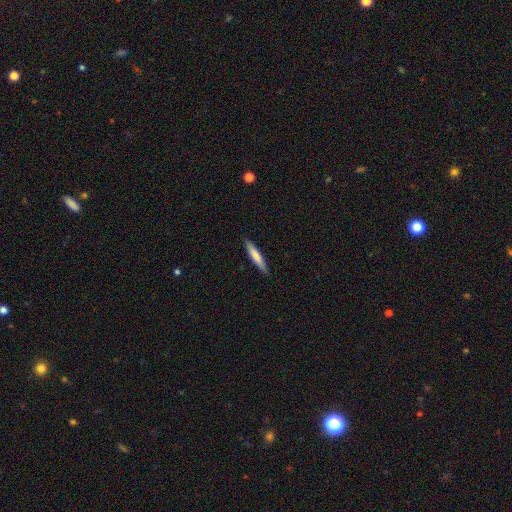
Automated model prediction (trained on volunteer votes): A smooth galaxy with no disk features (71%) that is cigar-shaped (92%). Merging: none (90%).